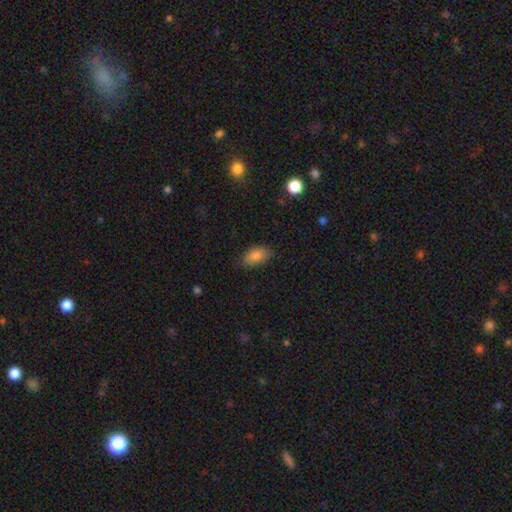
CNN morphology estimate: This is clearly a smooth galaxy (83%). How rounded: clearly in between (90%). Merging: likely none (80%).